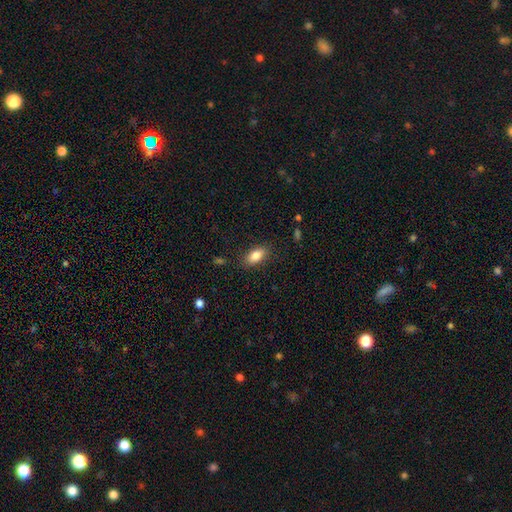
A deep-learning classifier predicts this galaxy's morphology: Q: Smooth or featured?
A: smooth (84%); runner-up: featured or disk (9%)
Q: How rounded?
A: in between (88%); runner-up: cigar-shaped (7%)
Q: Merging?
A: none (85%); runner-up: minor disturbance (11%)